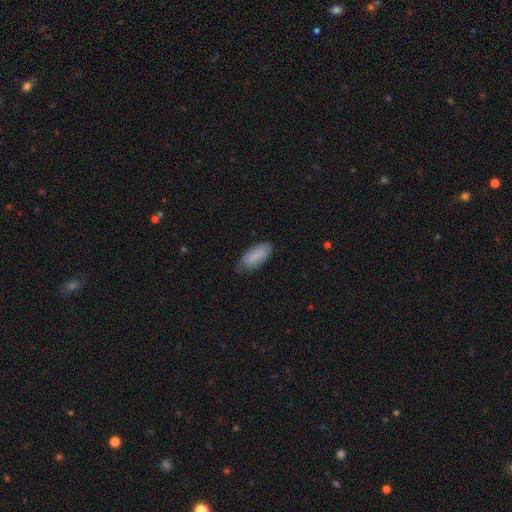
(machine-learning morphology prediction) smooth 85%, featured or disk 9%, star or artifact 6%. Down the decision tree: how rounded — in between (86%); merging — none (70%).